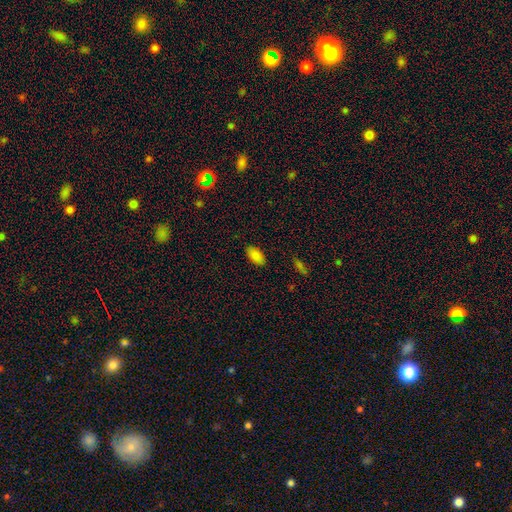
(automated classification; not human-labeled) Morphology: type=smooth (86%); roundness=in between (94%); merging=none (87%).